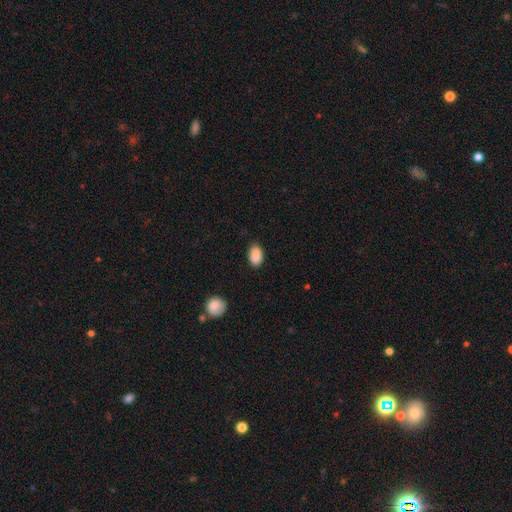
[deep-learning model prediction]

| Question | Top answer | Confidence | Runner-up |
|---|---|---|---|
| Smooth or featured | smooth | 90% | star or artifact (8%) |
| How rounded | in between | 90% | round (8%) |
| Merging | none | 84% | minor disturbance (13%) |